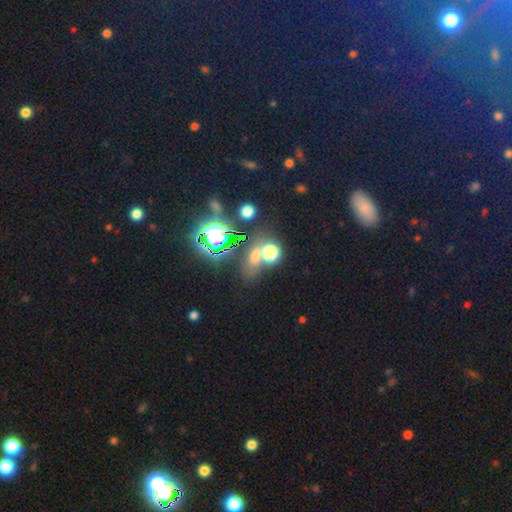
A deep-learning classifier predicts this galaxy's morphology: Smooth or featured? Predicted: star or artifact (p=0.46).